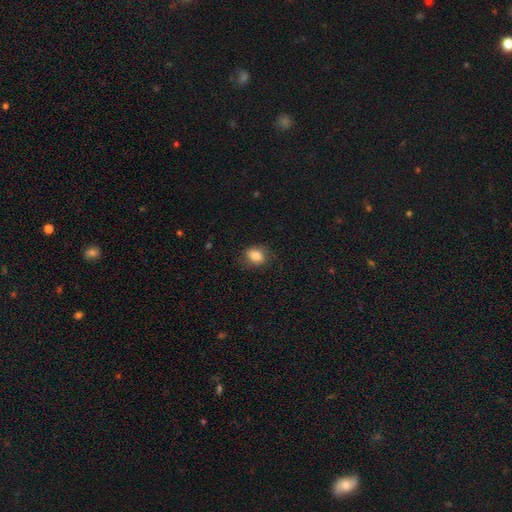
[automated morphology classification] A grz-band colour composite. It shows a smooth galaxy with no disk features (81%) that is in between round and cigar-shaped (57%). Merging: none (74%).